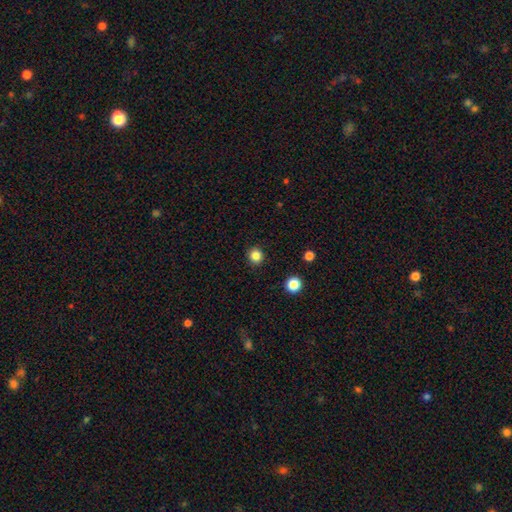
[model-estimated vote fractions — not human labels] The model was most divided on "smooth or featured": smooth: 84%, star or artifact: 12%, featured or disk: 4%. More confident: merging — none (92%); how rounded — round (90%).